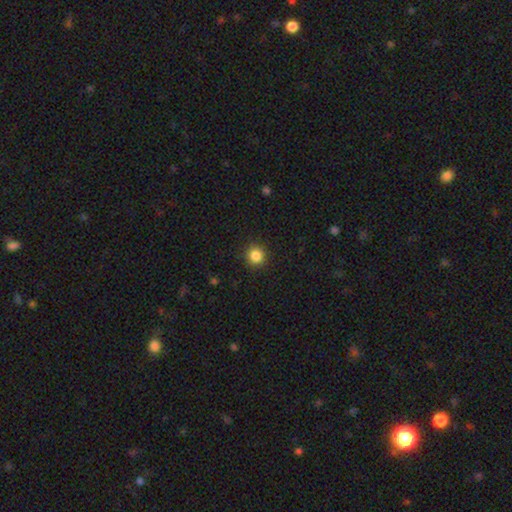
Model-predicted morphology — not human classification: Smooth or featured: smooth — 86% (star or artifact — 11%)
How rounded: round — 92% (in between — 7%)
Merging: none — 91% (minor disturbance — 6%)